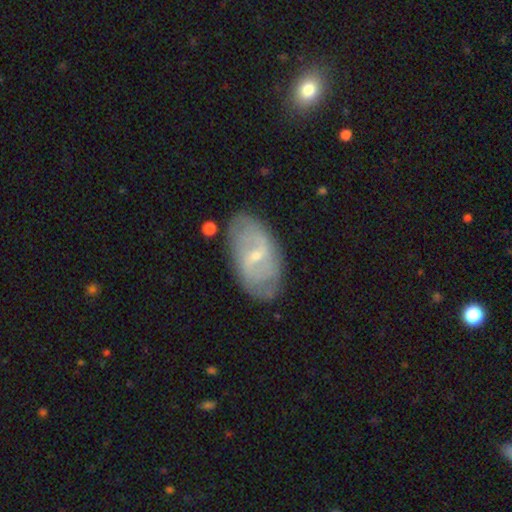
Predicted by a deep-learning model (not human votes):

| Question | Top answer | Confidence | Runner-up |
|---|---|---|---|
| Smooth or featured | featured or disk | 75% | smooth (19%) |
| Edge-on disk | no | 95% | yes (5%) |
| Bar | weak | 55% | strong (27%) |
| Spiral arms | yes | 81% | no (19%) |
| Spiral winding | loose | 41% | medium (37%) |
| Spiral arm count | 2 | 71% | can't tell (19%) |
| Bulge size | small | 73% | moderate (24%) |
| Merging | none | 78% | minor disturbance (16%) |